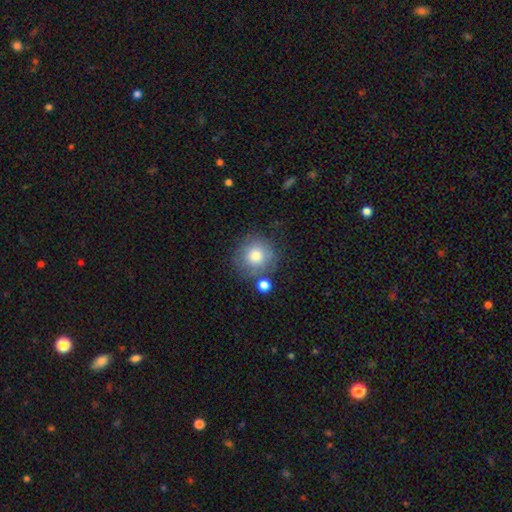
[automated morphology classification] This is likely a smooth galaxy (76%). How rounded: clearly round (92%). Merging: likely none (70%).